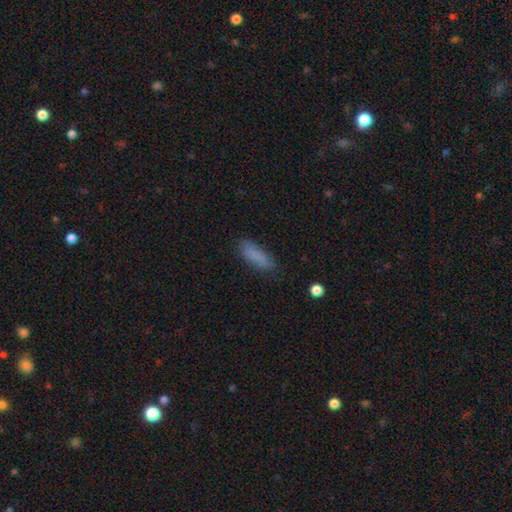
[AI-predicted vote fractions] This appears to be a smooth galaxy with no disk features (83%) that is in between round and cigar-shaped (52%). Merging: none (76%).